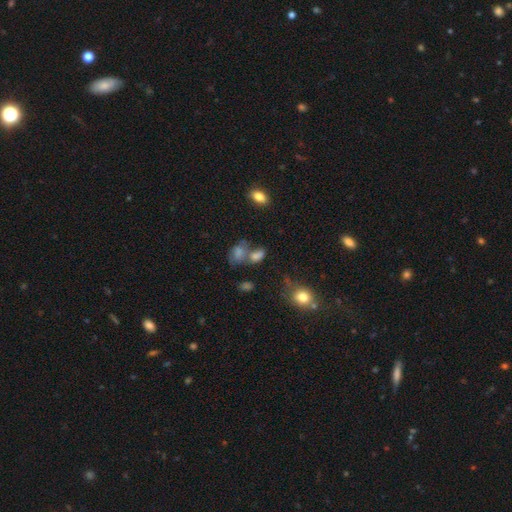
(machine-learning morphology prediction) Smooth or featured?
  - smooth: 64% *
  - star or artifact: 19%
  - featured or disk: 17%
How rounded?
  - in between: 74% *
  - round: 22%
  - cigar-shaped: 4%
Merging?
  - none: 39% *
  - merger: 37%
  - minor disturbance: 14%
  - major disturbance: 9%